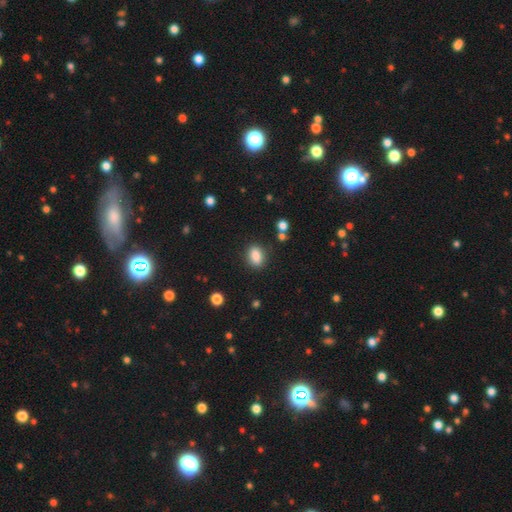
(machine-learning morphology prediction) Overall: smooth (86%). How rounded: in between (75%). Merging: none (84%).